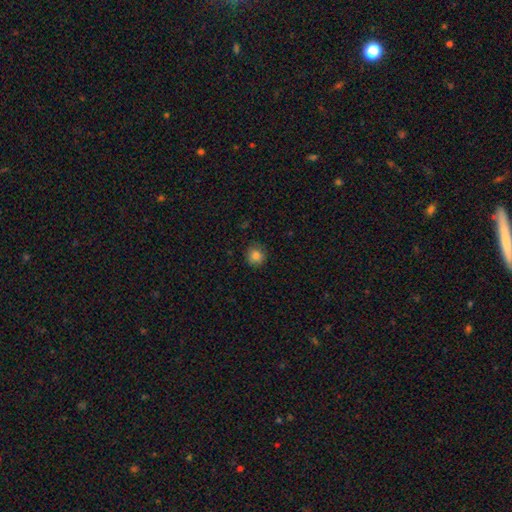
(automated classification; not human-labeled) Smooth or featured?
  - smooth: 84% *
  - star or artifact: 11%
  - featured or disk: 5%
How rounded?
  - round: 92% *
  - in between: 7%
  - cigar-shaped: 1%
Merging?
  - none: 88% *
  - minor disturbance: 9%
  - major disturbance: 2%
  - merger: 1%